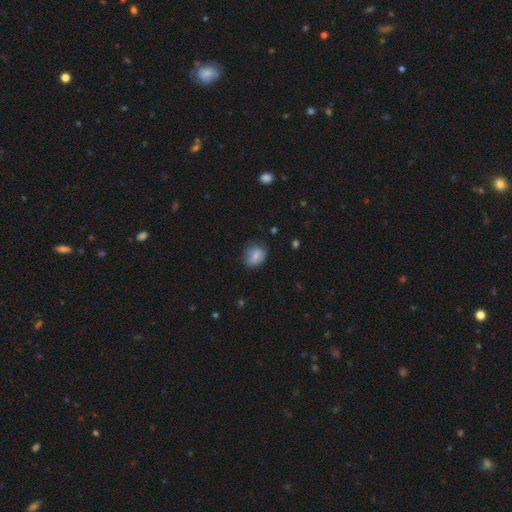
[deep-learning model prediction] Q: Smooth or featured?
A: smooth (80%); runner-up: featured or disk (11%)
Q: How rounded?
A: in between (59%); runner-up: round (39%)
Q: Merging?
A: none (69%); runner-up: minor disturbance (23%)